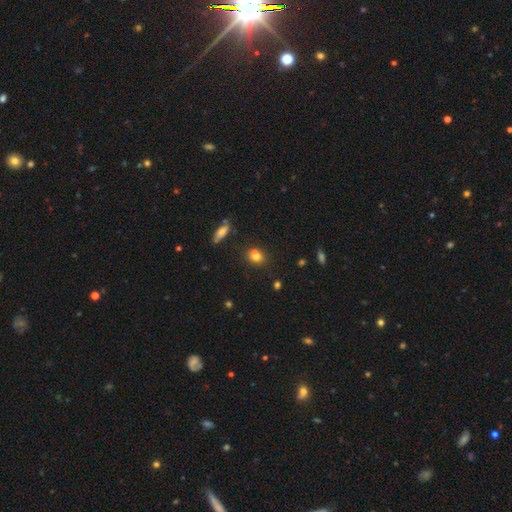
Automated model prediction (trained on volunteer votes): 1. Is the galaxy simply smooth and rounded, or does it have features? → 75% smooth, 14% star or artifact, 11% featured or disk.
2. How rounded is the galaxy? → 51% round, 47% in between, 2% cigar-shaped.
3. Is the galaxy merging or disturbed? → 52% none, 30% merger, 14% minor disturbance, 4% major disturbance.